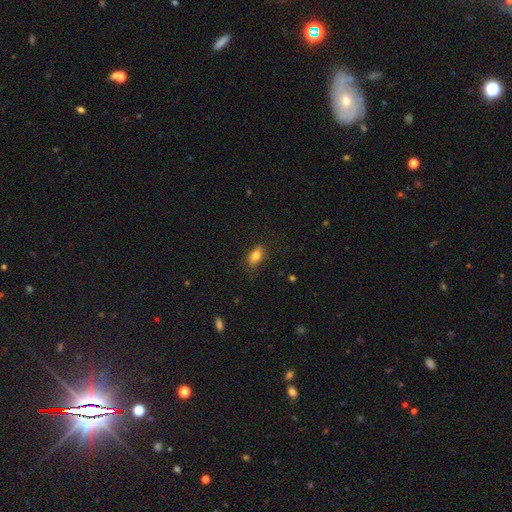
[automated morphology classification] This appears to be a smooth galaxy with no disk features (81%) that is in between round and cigar-shaped (87%). Merging: none (82%).